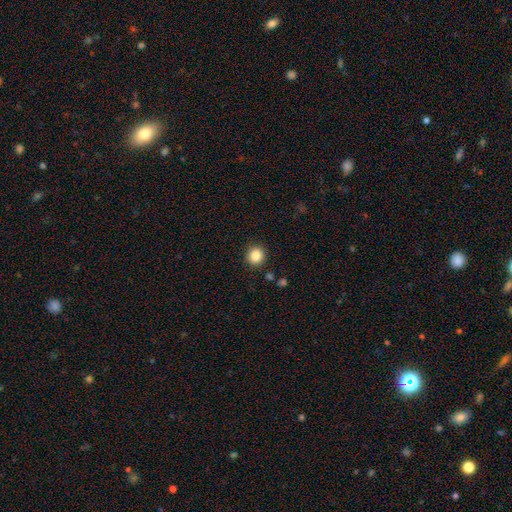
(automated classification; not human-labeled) A smooth galaxy with no disk features (86%) that is round (91%).

Vote fractions:
- Smooth or featured? smooth: 86% / star or artifact: 10% / featured or disk: 4%
- How rounded? round: 91% / in between: 8% / cigar-shaped: 1%
- Merging? none: 90% / minor disturbance: 6% / major disturbance: 2% / merger: 2%